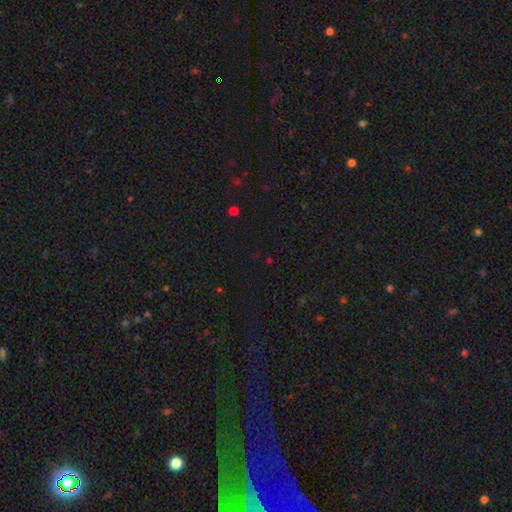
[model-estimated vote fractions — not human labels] Smooth or featured?
  - star or artifact: 65% *
  - smooth: 28%
  - featured or disk: 7%